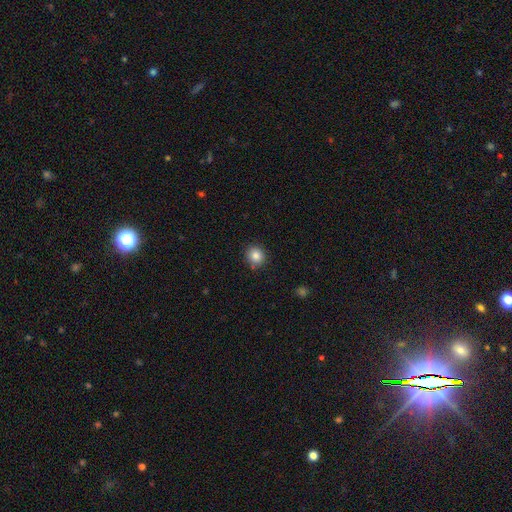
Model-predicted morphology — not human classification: The model was most divided on "smooth or featured": smooth: 84%, star or artifact: 10%, featured or disk: 6%. More confident: merging — none (88%); how rounded — round (86%).